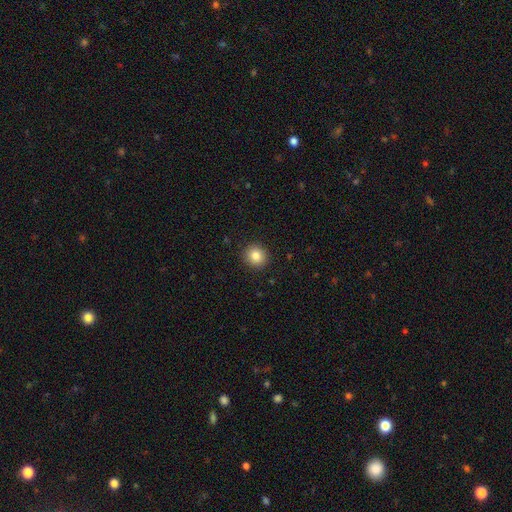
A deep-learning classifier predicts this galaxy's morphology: This is clearly a smooth galaxy (84%). How rounded: clearly round (89%). Merging: clearly none (92%).